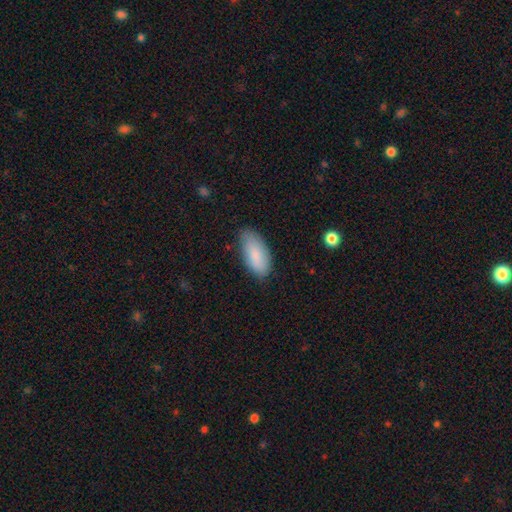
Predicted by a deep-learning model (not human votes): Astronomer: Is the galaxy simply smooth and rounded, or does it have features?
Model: smooth — 85%.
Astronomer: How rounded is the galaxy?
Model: in between — 90%.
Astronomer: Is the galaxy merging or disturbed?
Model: none — 75%.